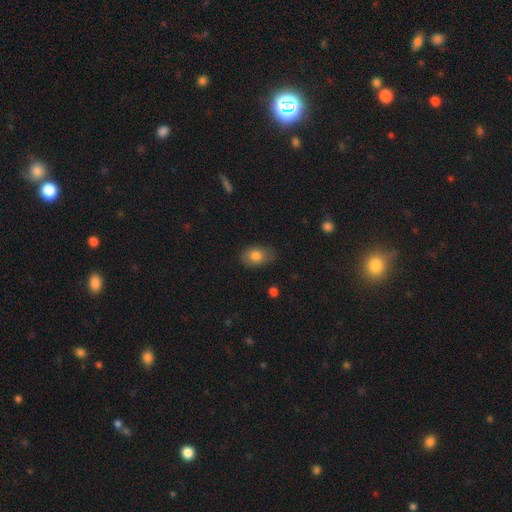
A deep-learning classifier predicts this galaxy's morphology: smooth 81%, featured or disk 11%, star or artifact 8%. Down the decision tree: how rounded — in between (79%); merging — none (75%).